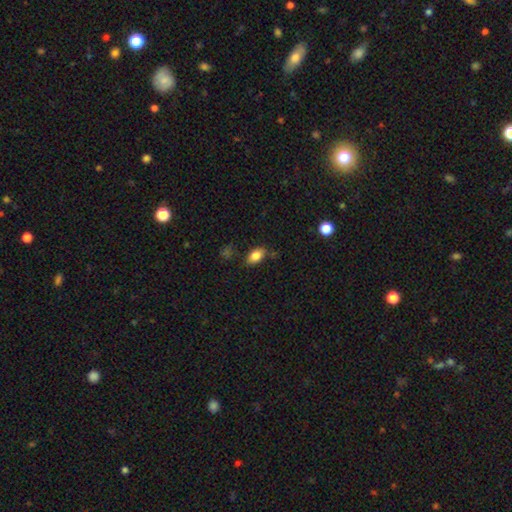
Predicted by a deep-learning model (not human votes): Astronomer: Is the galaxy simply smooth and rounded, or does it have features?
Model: smooth — 83%.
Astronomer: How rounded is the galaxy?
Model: in between — 89%.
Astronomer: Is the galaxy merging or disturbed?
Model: none — 74%.